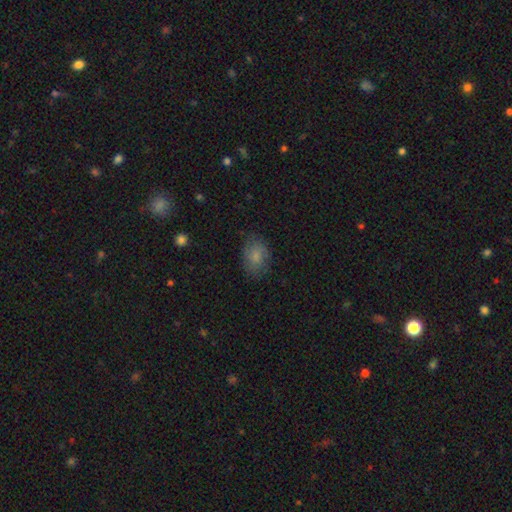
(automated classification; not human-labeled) Morphology: type=smooth (80%); roundness=in between (74%); merging=none (75%).